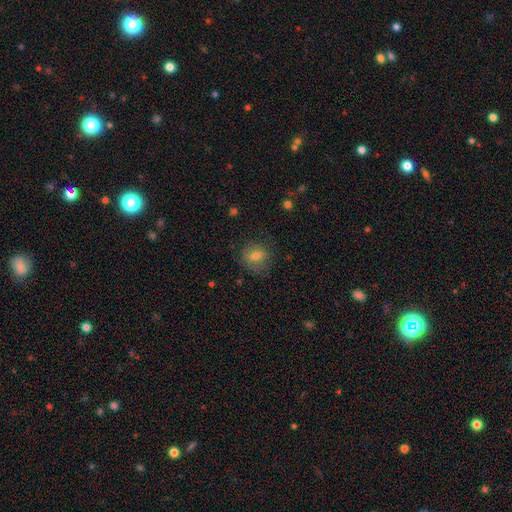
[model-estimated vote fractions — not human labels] Morphology: type=smooth (72%); roundness=round (76%); merging=none (75%).